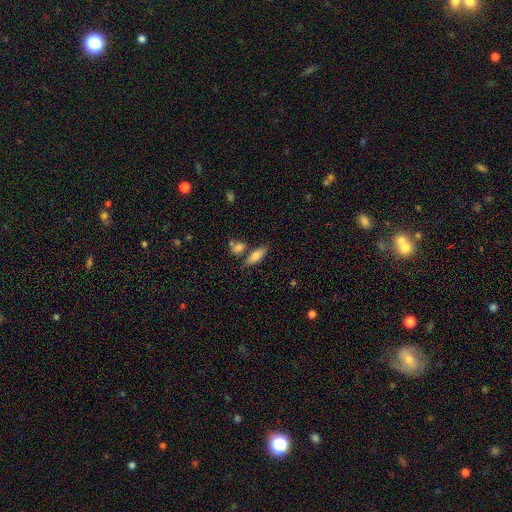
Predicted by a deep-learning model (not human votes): The model was most divided on "how rounded": in between: 68%, cigar-shaped: 29%, round: 3%. More confident: smooth or featured — smooth (75%); merging — none (68%).